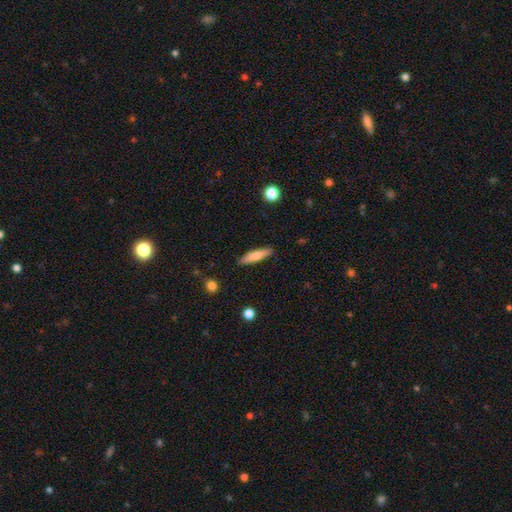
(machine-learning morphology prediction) Smooth or featured? Predicted: smooth (p=0.71). How rounded? Predicted: cigar-shaped (p=0.79). Merging? Predicted: none (p=0.88).